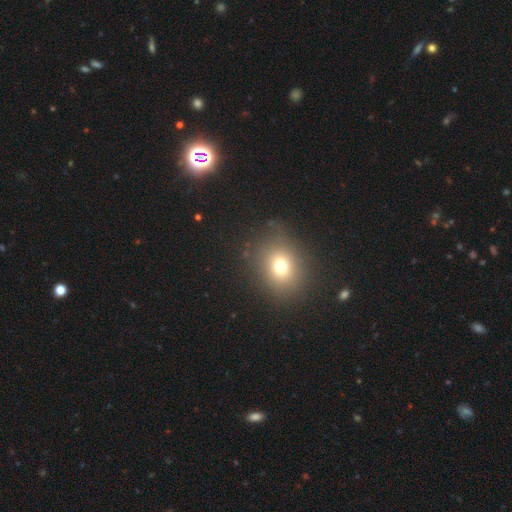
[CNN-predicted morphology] Q: Smooth or featured?
A: smooth (62%); runner-up: star or artifact (28%)
Q: How rounded?
A: round (64%); runner-up: in between (34%)
Q: Merging?
A: none (87%); runner-up: minor disturbance (8%)